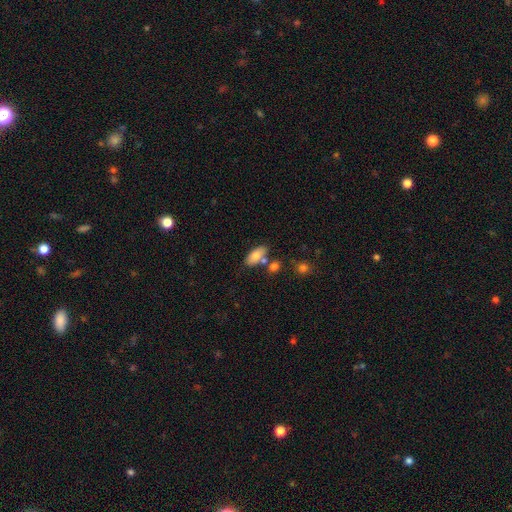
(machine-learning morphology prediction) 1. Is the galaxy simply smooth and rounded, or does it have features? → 76% smooth, 17% featured or disk, 8% star or artifact.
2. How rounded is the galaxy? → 87% in between, 10% cigar-shaped, 4% round.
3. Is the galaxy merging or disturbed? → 63% none, 19% merger, 14% minor disturbance, 4% major disturbance.